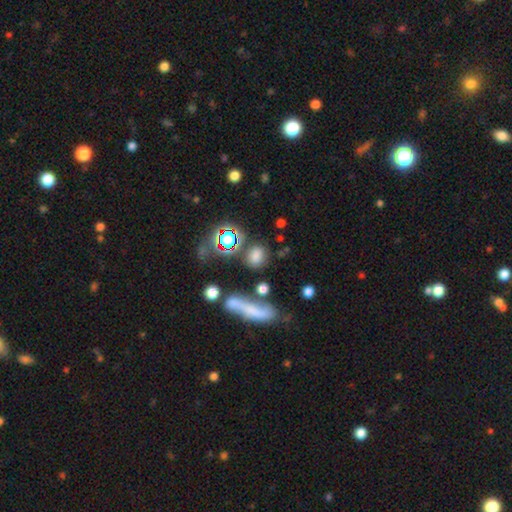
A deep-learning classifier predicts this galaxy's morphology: Smooth or featured: smooth — 70% (star or artifact — 20%)
How rounded: round — 47% (in between — 46%)
Merging: none — 69% (minor disturbance — 13%)